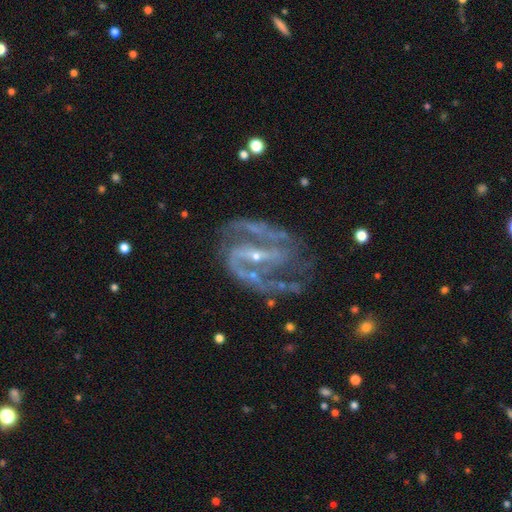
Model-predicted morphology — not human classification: Smooth or featured? featured or disk (91%)
Edge-on disk? no (97%)
Bar? strong (55%)
Spiral arms? yes (95%)
Spiral winding? medium (56%)
Spiral arm count? 2 (79%)
Bulge size? small (81%)
Merging? none (57%)